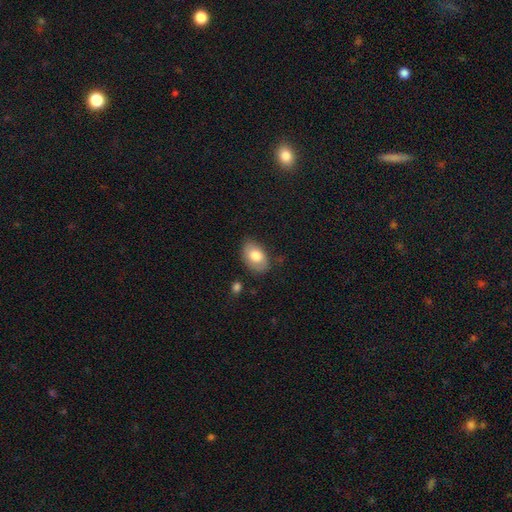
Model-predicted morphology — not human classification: A smooth galaxy with no disk features (77%) that is in between round and cigar-shaped (88%).

Vote fractions:
- Smooth or featured? smooth: 77% / featured or disk: 17% / star or artifact: 7%
- How rounded? in between: 88% / round: 11% / cigar-shaped: 1%
- Merging? none: 76% / minor disturbance: 18% / major disturbance: 4% / merger: 2%